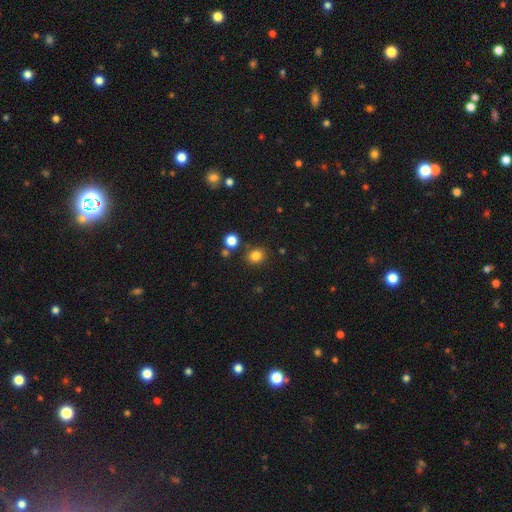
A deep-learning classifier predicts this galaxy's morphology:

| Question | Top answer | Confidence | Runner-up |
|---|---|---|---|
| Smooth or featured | smooth | 82% | star or artifact (13%) |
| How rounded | round | 71% | in between (28%) |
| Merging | none | 83% | minor disturbance (9%) |